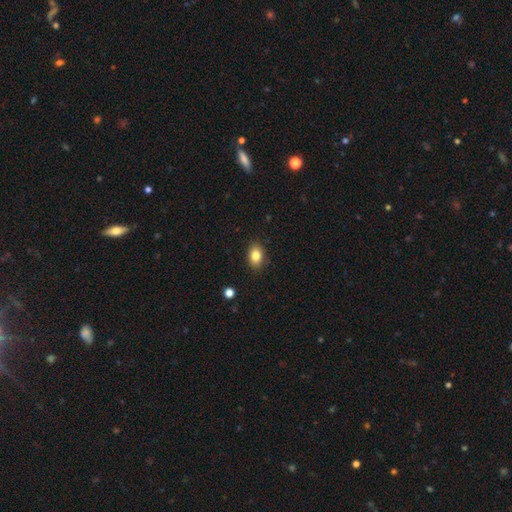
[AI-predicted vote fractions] Q: Smooth or featured?
A: smooth (83%); runner-up: star or artifact (9%)
Q: How rounded?
A: in between (78%); runner-up: round (21%)
Q: Merging?
A: none (87%); runner-up: minor disturbance (10%)